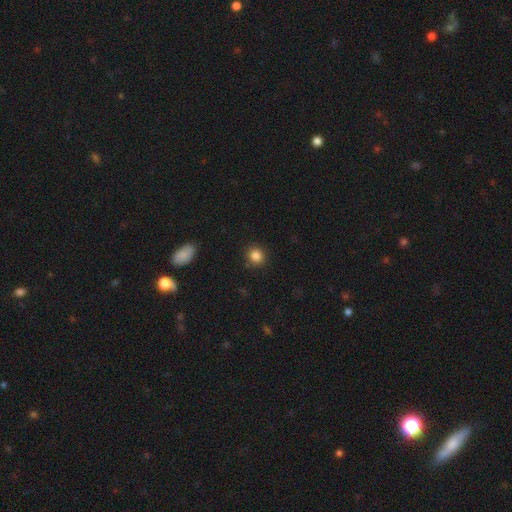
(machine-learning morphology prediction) Smooth or featured?
  - smooth: 85% *
  - star or artifact: 11%
  - featured or disk: 4%
How rounded?
  - round: 88% *
  - in between: 11%
  - cigar-shaped: 1%
Merging?
  - none: 89% *
  - minor disturbance: 7%
  - major disturbance: 2%
  - merger: 1%